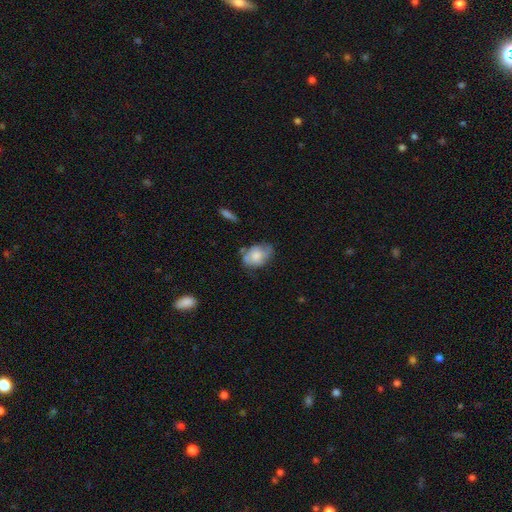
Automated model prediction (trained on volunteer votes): Smooth or featured?
  - smooth: 60% *
  - featured or disk: 33%
  - star or artifact: 7%
How rounded?
  - in between: 80% *
  - round: 19%
  - cigar-shaped: 1%
Merging?
  - none: 51% *
  - minor disturbance: 33%
  - major disturbance: 11%
  - merger: 5%